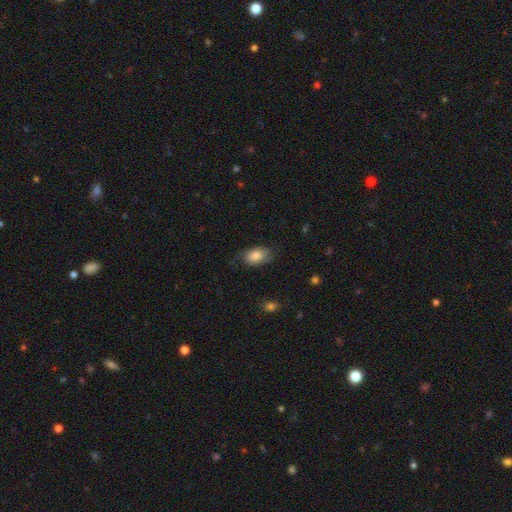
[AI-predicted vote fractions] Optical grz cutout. It shows a smooth galaxy with no disk features (78%) that is in between round and cigar-shaped (90%). Merging: none (67%).